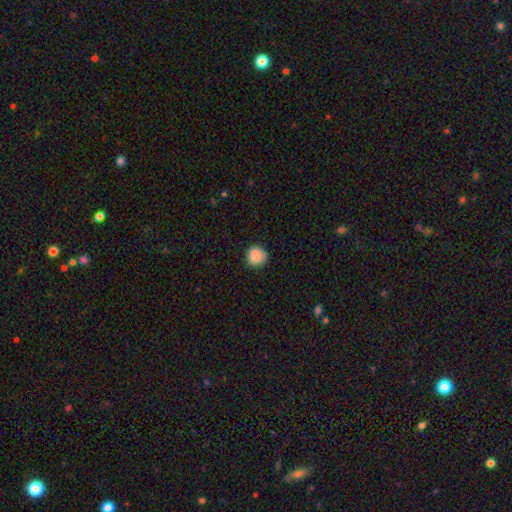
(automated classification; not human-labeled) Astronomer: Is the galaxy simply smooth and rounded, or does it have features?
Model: smooth — 88%.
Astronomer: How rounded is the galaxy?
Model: round — 91%.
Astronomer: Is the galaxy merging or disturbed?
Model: none — 84%.